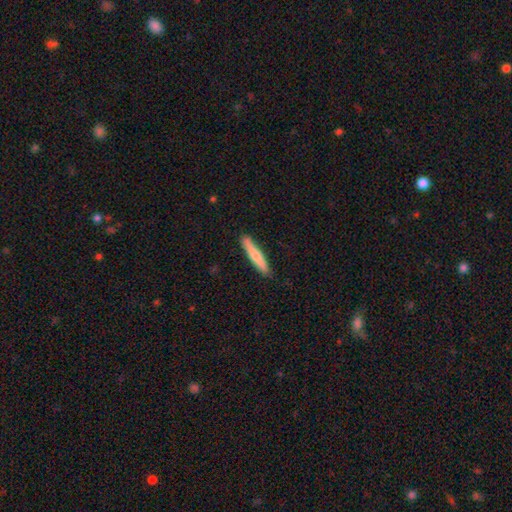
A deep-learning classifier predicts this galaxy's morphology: Overall: smooth (68%). How rounded: cigar-shaped (92%). Merging: none (89%).